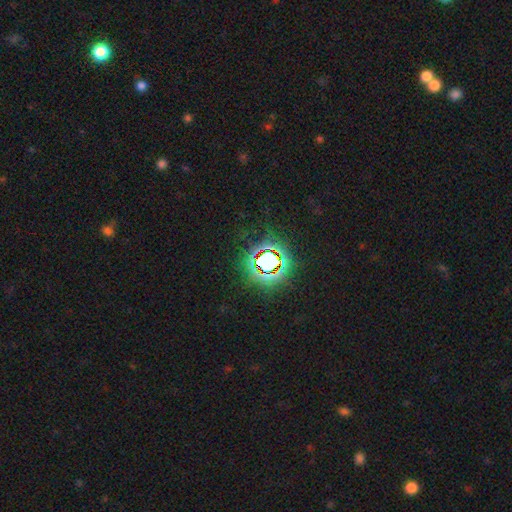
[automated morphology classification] This appears to be a star or artifact, not a galaxy (79%).